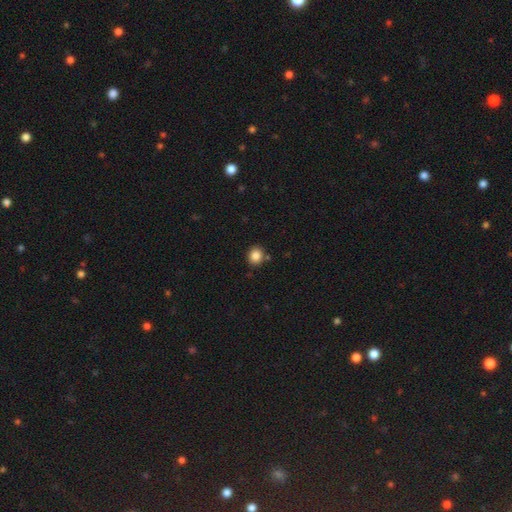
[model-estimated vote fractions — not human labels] Smooth or featured?
  - smooth: 85% *
  - star or artifact: 10%
  - featured or disk: 5%
How rounded?
  - round: 70% *
  - in between: 29%
  - cigar-shaped: 1%
Merging?
  - none: 84% *
  - minor disturbance: 9%
  - merger: 5%
  - major disturbance: 2%